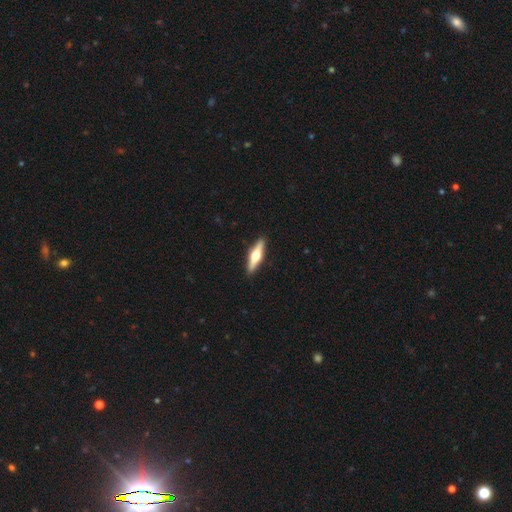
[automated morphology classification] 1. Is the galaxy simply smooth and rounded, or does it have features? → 63% featured or disk, 32% smooth, 5% star or artifact.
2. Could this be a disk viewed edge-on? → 96% yes, 4% no.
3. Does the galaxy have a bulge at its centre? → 95% rounded, 3% boxy, 2% none.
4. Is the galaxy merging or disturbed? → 92% none, 6% minor disturbance, 1% major disturbance, 1% merger.